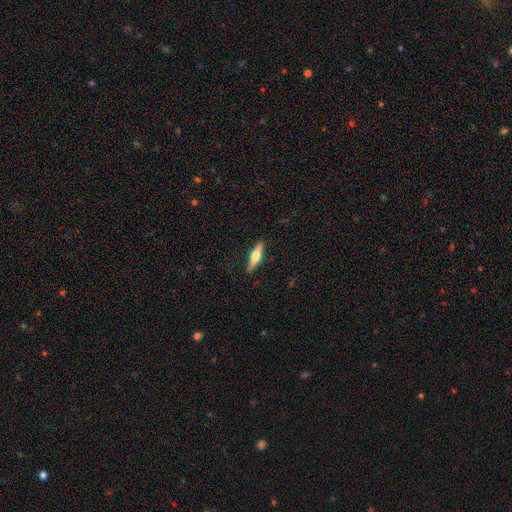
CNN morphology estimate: smooth-or-featured: featured or disk: 50% | smooth: 44% | star or artifact: 5%
  disk-edge-on: yes: 95% | no: 5%
  merging: none: 88% | minor disturbance: 9% | major disturbance: 2% | merger: 1%